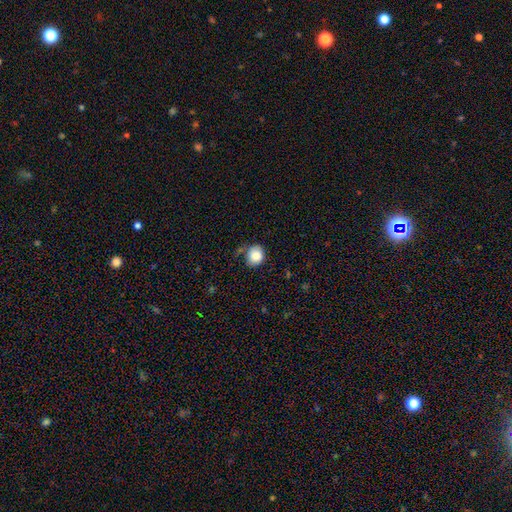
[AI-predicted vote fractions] A smooth galaxy with no disk features (86%) that is round (73%).

Vote fractions:
- Smooth or featured? smooth: 86% / star or artifact: 8% / featured or disk: 6%
- How rounded? round: 73% / in between: 26% / cigar-shaped: 1%
- Merging? none: 63% / minor disturbance: 25% / major disturbance: 7% / merger: 5%